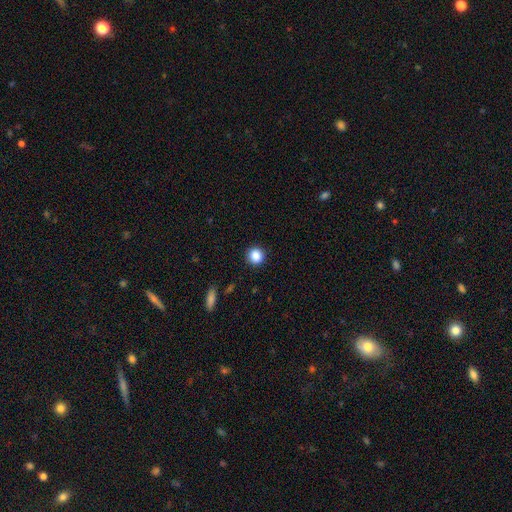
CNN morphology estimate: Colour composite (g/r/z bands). It shows a smooth galaxy with no disk features (87%) that is round (91%). Merging: none (91%).